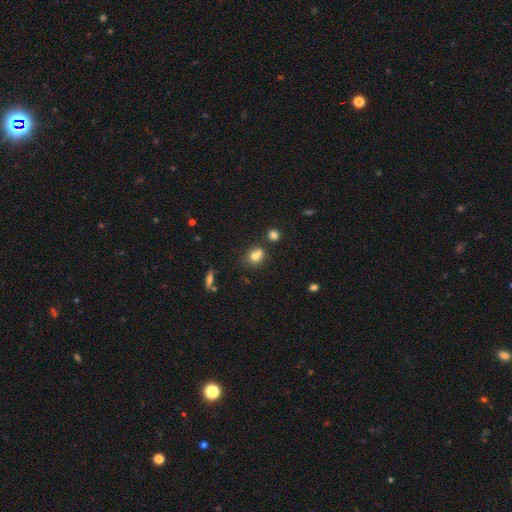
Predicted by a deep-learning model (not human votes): Smooth or featured: smooth — 72% (featured or disk — 14%)
How rounded: round — 69% (in between — 30%)
Merging: merger — 44% (none — 42%)